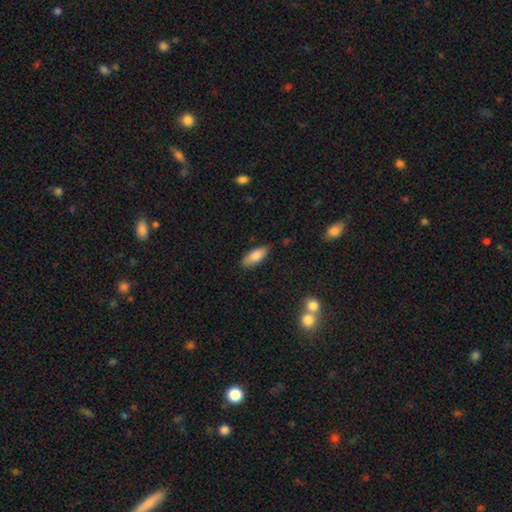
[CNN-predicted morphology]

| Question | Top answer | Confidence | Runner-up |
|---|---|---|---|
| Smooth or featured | smooth | 83% | featured or disk (10%) |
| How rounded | in between | 78% | cigar-shaped (20%) |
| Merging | none | 78% | minor disturbance (17%) |